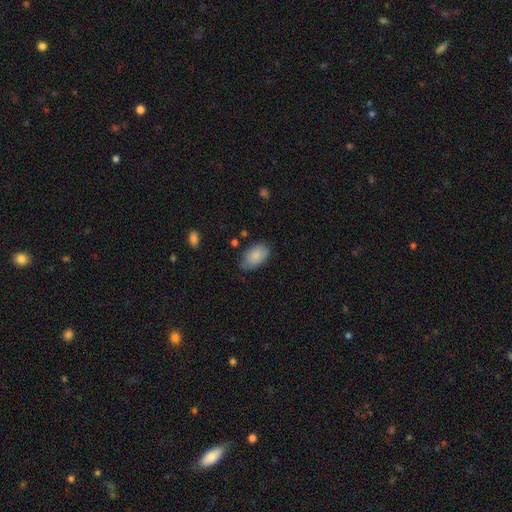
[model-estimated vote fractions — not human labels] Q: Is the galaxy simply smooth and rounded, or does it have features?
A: smooth — 85%.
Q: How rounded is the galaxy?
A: in between — 93%.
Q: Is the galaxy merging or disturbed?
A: none — 71%.